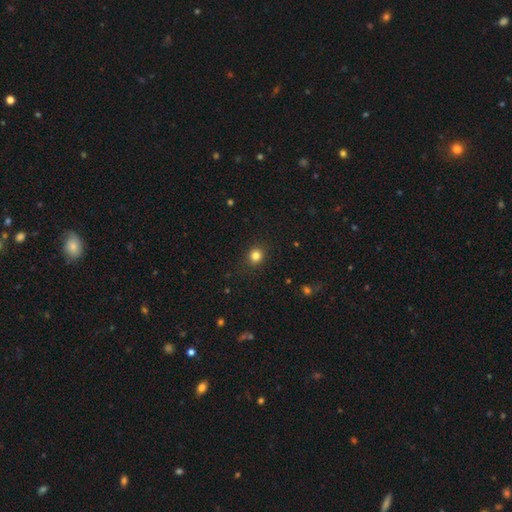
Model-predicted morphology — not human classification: The model was most divided on "how rounded": round: 83%, in between: 16%, cigar-shaped: 1%. More confident: merging — none (89%); smooth or featured — smooth (83%).